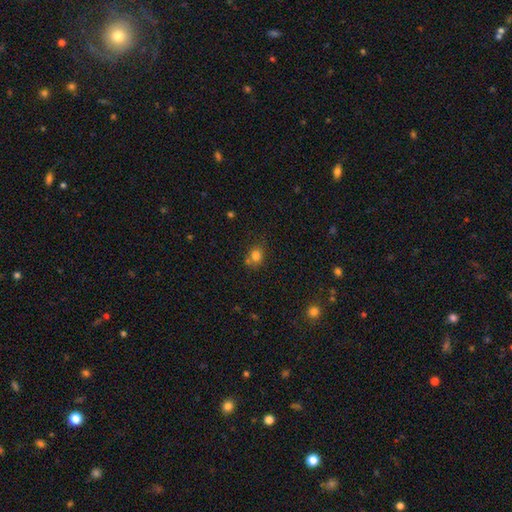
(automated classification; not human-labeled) Morphology: type=smooth (79%); roundness=round (72%); merging=none (62%).